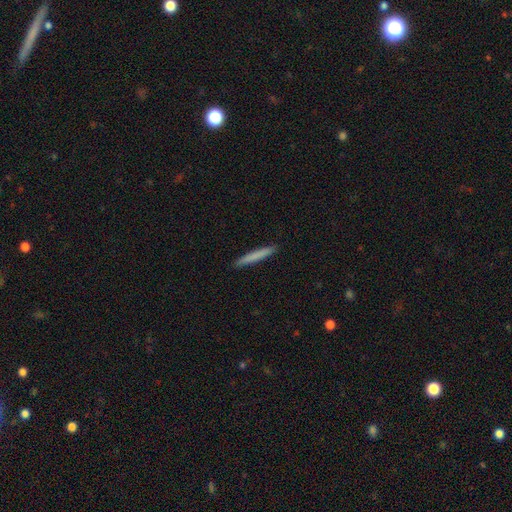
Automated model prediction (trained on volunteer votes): smooth-or-featured: smooth: 77% | featured or disk: 17% | star or artifact: 6%
  how-rounded: cigar-shaped: 96% | in between: 3% | round: 1%
  merging: none: 92% | minor disturbance: 5% | major disturbance: 1% | merger: 1%